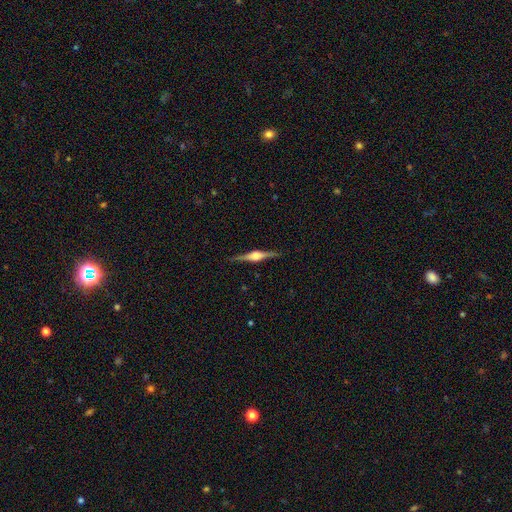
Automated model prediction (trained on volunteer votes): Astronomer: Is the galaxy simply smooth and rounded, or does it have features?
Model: featured or disk — 83%.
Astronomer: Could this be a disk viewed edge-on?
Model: yes — 98%.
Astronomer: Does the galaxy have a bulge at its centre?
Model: rounded — 90%.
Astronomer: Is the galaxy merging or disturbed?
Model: none — 90%.